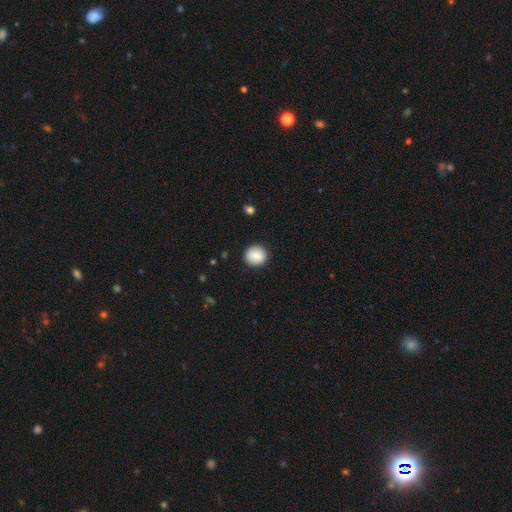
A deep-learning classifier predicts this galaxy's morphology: smooth_or_featured: smooth (p=0.85) [alt: star or artifact p=0.07]
how_rounded: round (p=0.87) [alt: in between p=0.12]
merging: none (p=0.89) [alt: minor disturbance p=0.07]